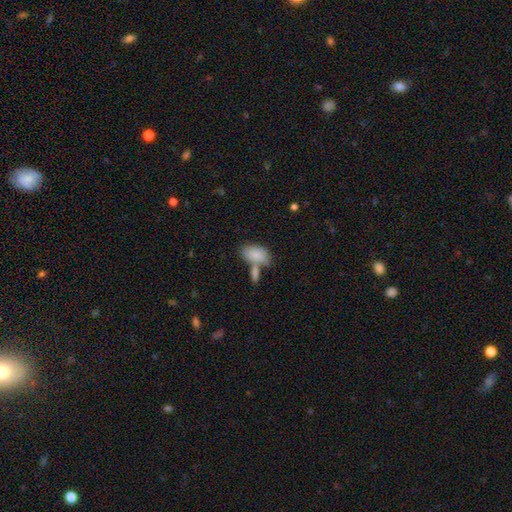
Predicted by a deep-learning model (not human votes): Smooth or featured? Predicted: smooth (p=0.82). How rounded? Predicted: in between (p=0.93). Merging? Predicted: none (p=0.41).